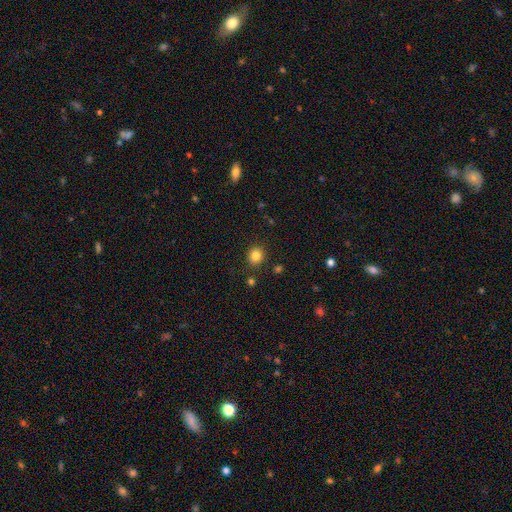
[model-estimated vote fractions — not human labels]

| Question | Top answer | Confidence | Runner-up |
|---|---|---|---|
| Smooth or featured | smooth | 83% | star or artifact (12%) |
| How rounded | round | 84% | in between (15%) |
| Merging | none | 87% | minor disturbance (7%) |